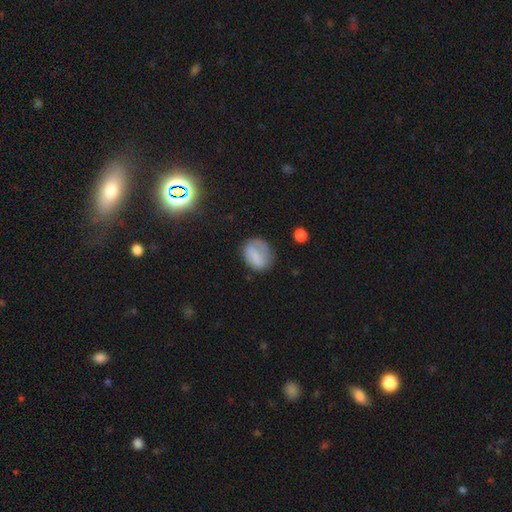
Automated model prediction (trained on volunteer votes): Smooth or featured?
  - smooth: 70% *
  - featured or disk: 21%
  - star or artifact: 9%
How rounded?
  - in between: 50% *
  - round: 48%
  - cigar-shaped: 2%
Merging?
  - none: 60% *
  - minor disturbance: 25%
  - major disturbance: 12%
  - merger: 2%